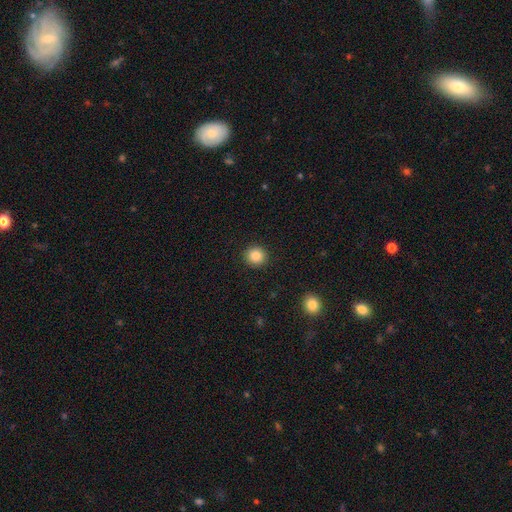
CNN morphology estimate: Smooth or featured: smooth — 86% (star or artifact — 10%)
How rounded: round — 92% (in between — 7%)
Merging: none — 92% (minor disturbance — 5%)